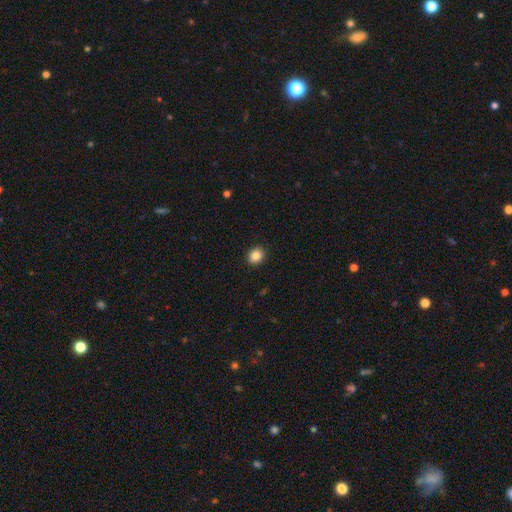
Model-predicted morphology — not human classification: Smooth or featured? Predicted: smooth (p=0.86). How rounded? Predicted: round (p=0.75). Merging? Predicted: none (p=0.92).